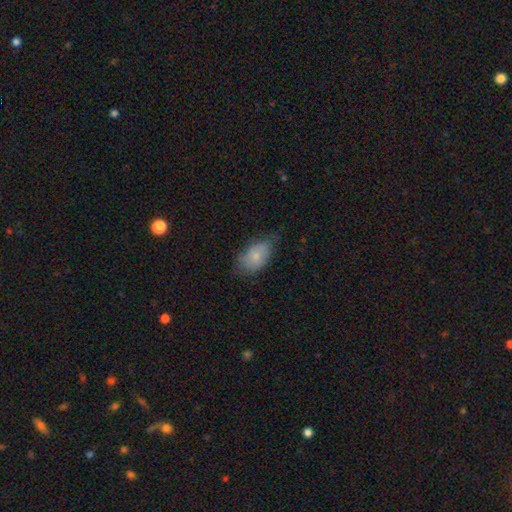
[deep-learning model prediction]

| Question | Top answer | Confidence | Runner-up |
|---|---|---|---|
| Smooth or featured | smooth | 76% | featured or disk (17%) |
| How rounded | in between | 91% | round (7%) |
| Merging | none | 58% | minor disturbance (32%) |